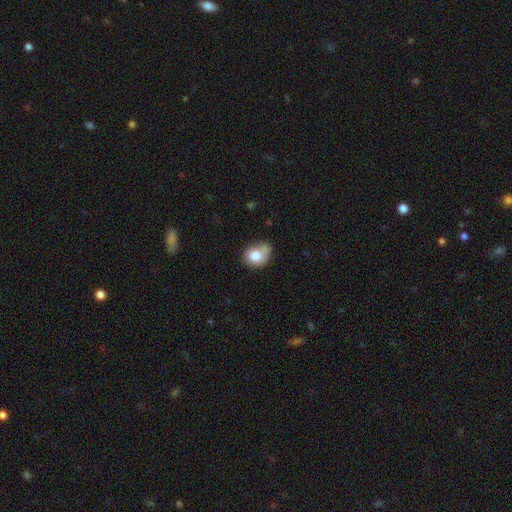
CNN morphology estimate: Smooth or featured? smooth (78%)
How rounded? round (62%)
Merging? none (45%)